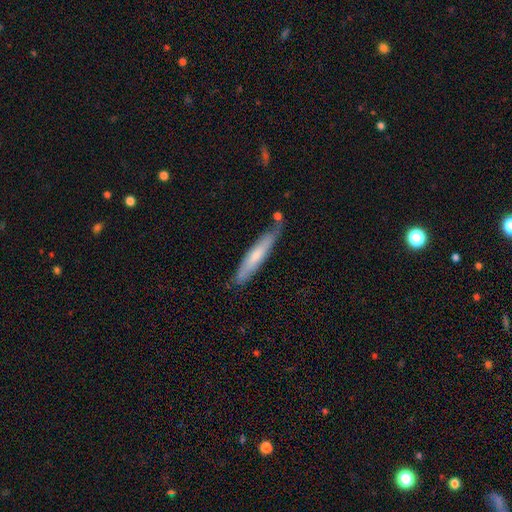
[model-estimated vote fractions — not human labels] This is possibly a smooth galaxy (59%). How rounded: clearly cigar-shaped (90%). Merging: likely none (75%).